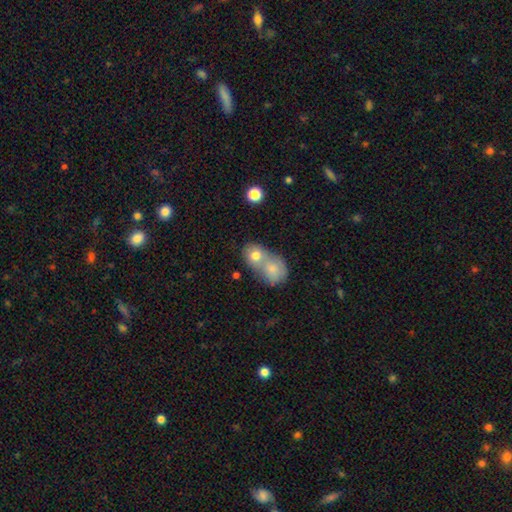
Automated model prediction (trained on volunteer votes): A smooth galaxy with no disk features (76%) that is round (58%). Merging: merger (72%).